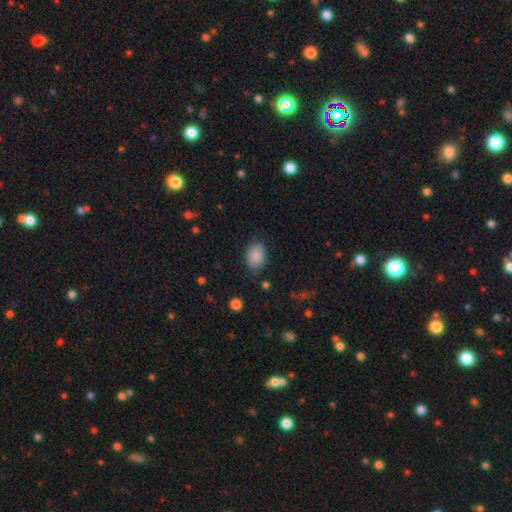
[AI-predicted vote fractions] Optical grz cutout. It shows a smooth galaxy with no disk features (88%) that is in between round and cigar-shaped (80%). Merging: none (79%).